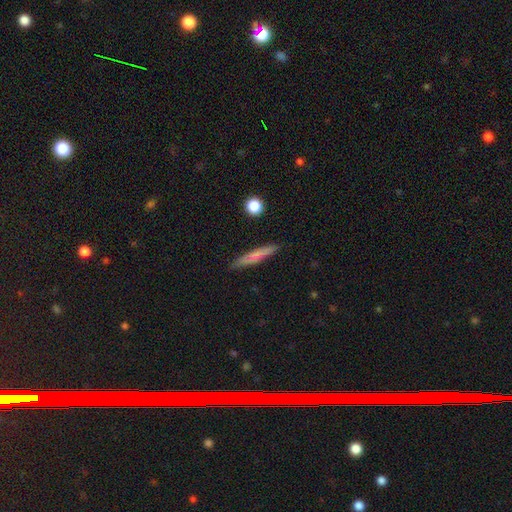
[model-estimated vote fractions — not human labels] Morphology: type=smooth (67%); roundness=cigar-shaped (93%); merging=none (88%).